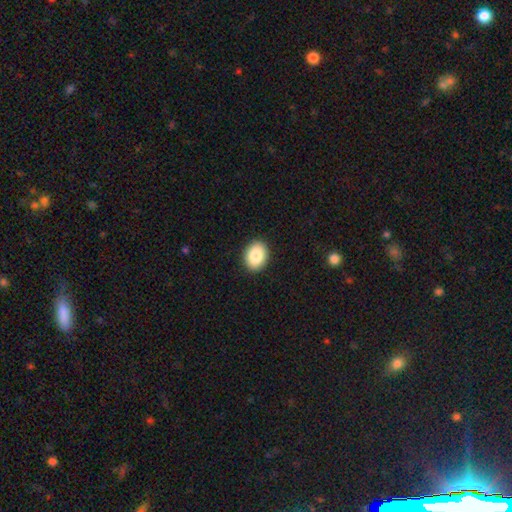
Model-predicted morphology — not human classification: type=smooth (87%); roundness=in between (68%); merging=none (91%).